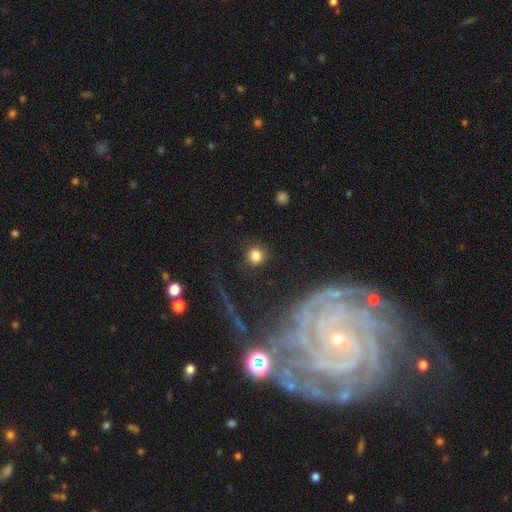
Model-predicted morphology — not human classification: smooth_or_featured: smooth (p=0.81) [alt: star or artifact p=0.12]
how_rounded: round (p=0.90) [alt: in between p=0.09]
merging: none (p=0.88) [alt: minor disturbance p=0.08]